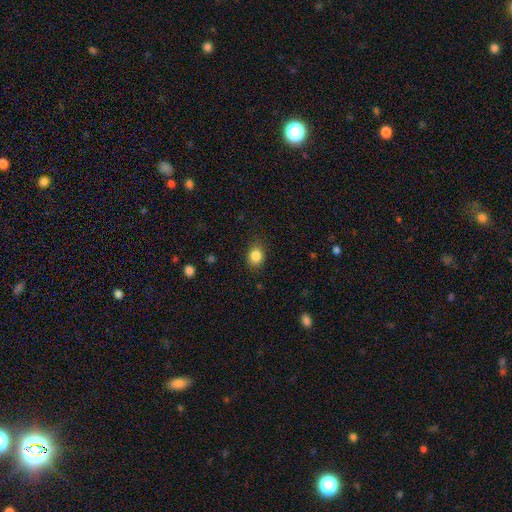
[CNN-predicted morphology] The model was most divided on "how rounded": round: 53%, in between: 47%, cigar-shaped: 1%. More confident: smooth or featured — smooth (86%); merging — none (84%).